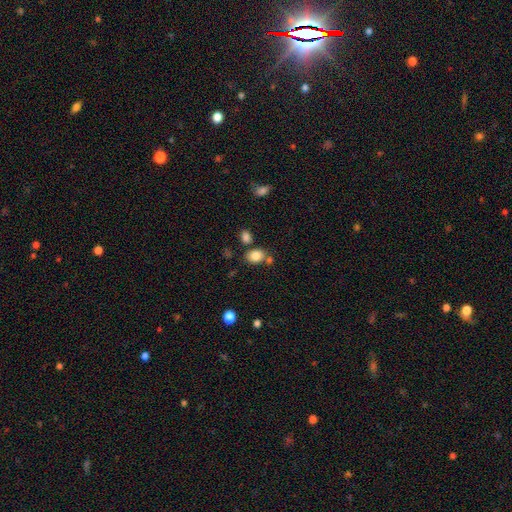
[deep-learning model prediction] This appears to be a smooth galaxy with no disk features (84%) that is in between round and cigar-shaped (62%). Merging: none (67%).